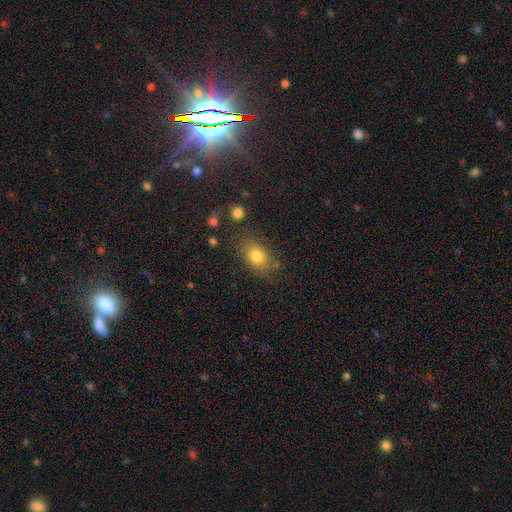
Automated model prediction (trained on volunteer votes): This appears to be a smooth galaxy with no disk features (79%) that is in between round and cigar-shaped (74%). Merging: none (77%).